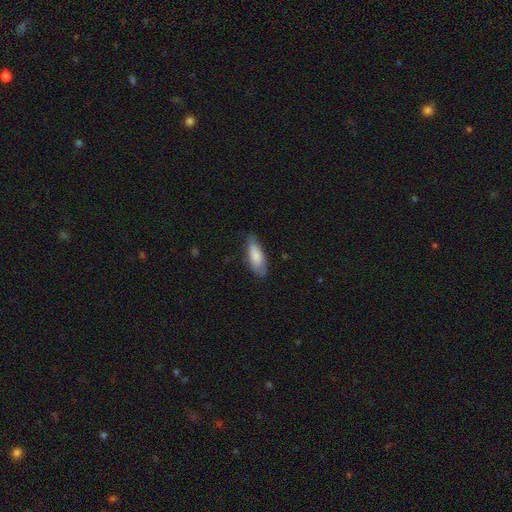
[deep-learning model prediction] Overall: smooth (81%). How rounded: in between (70%). Merging: none (71%).